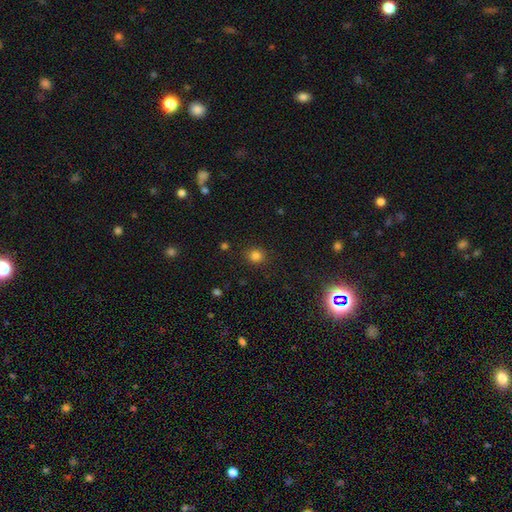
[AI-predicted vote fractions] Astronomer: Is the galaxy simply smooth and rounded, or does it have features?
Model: smooth — 81%.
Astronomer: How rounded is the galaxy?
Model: round — 83%.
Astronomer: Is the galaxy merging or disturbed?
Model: none — 88%.